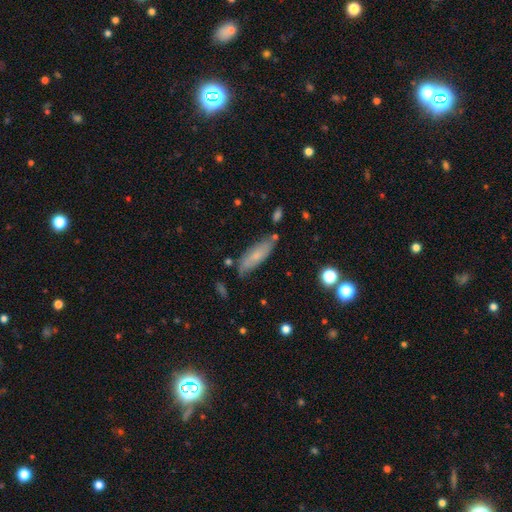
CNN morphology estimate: Smooth or featured? smooth (61%)
How rounded? cigar-shaped (49%, tied with in between)
Merging? none (70%)